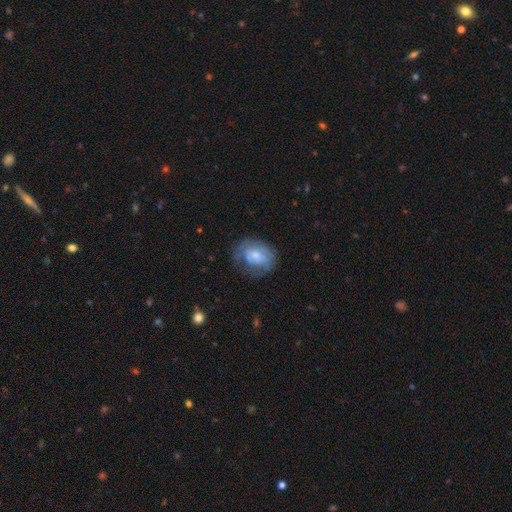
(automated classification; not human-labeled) Smooth or featured? smooth (46%, tied with featured or disk)
Merging? none (52%)